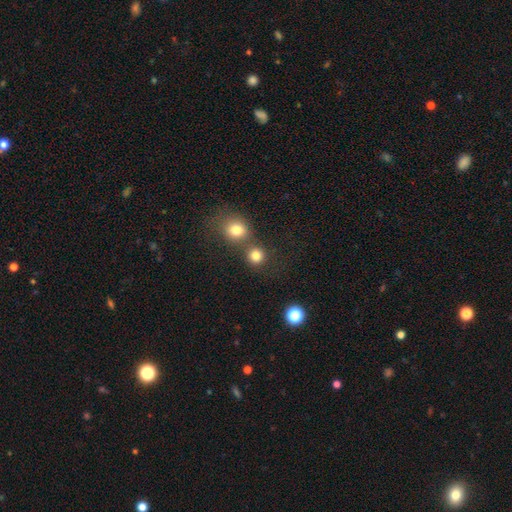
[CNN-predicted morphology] smooth_or_featured: smooth (p=0.81) [alt: star or artifact p=0.13]
how_rounded: round (p=0.90) [alt: in between p=0.09]
merging: none (p=0.63) [alt: merger p=0.28]